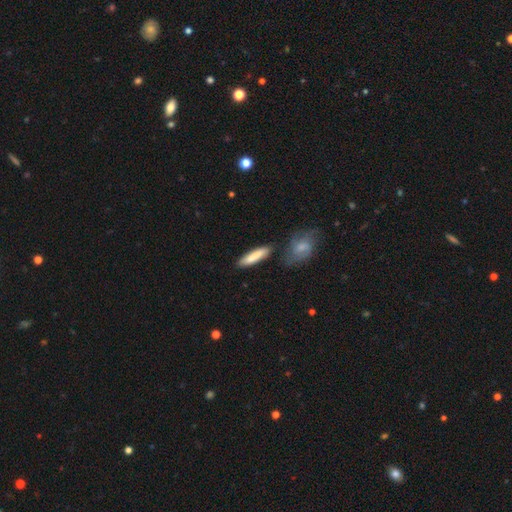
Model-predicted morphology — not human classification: type=smooth (82%); roundness=cigar-shaped (77%); merging=none (77%).